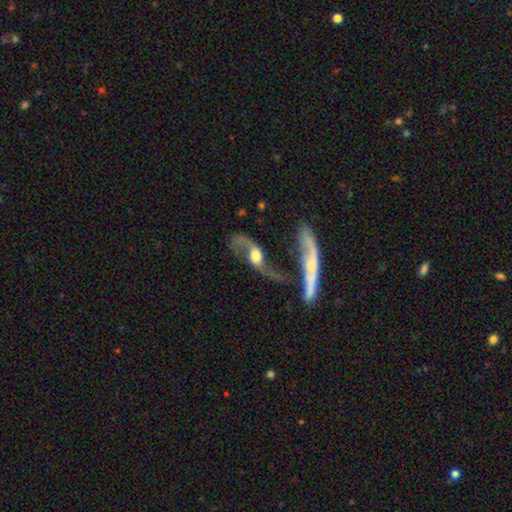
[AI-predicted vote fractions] Smooth or featured? featured or disk (81%)
Edge-on disk? no (85%)
Bar? no (59%)
Spiral arms? yes (90%)
Spiral winding? loose (85%)
Spiral arm count? 2 (90%)
Bulge size? moderate (46%)
Merging? merger (35%)